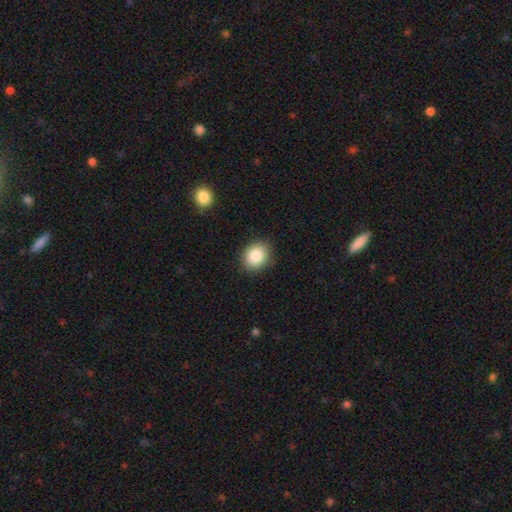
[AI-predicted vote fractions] Smooth or featured? Predicted: smooth (p=0.86). How rounded? Predicted: round (p=0.57). Merging? Predicted: none (p=0.87).